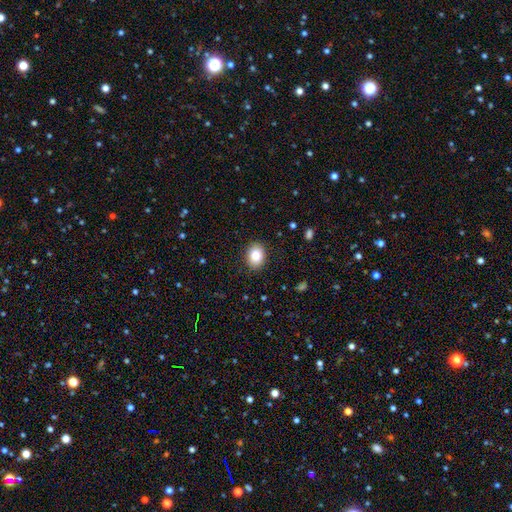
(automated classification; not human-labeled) Morphology: type=smooth (83%); roundness=in between (67%); merging=none (89%).